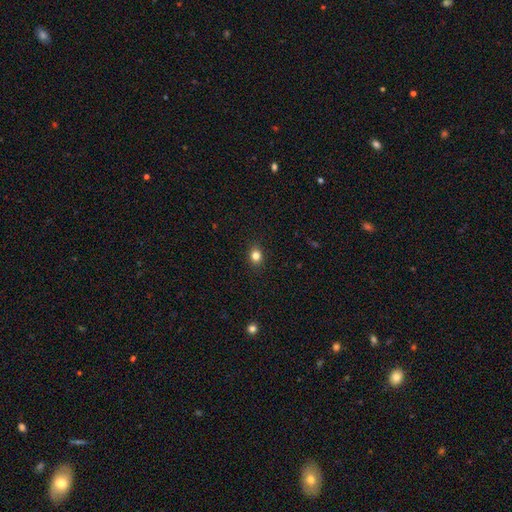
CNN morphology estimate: Overall: smooth (83%). How rounded: round (61%; in between 38%). Merging: none (90%).